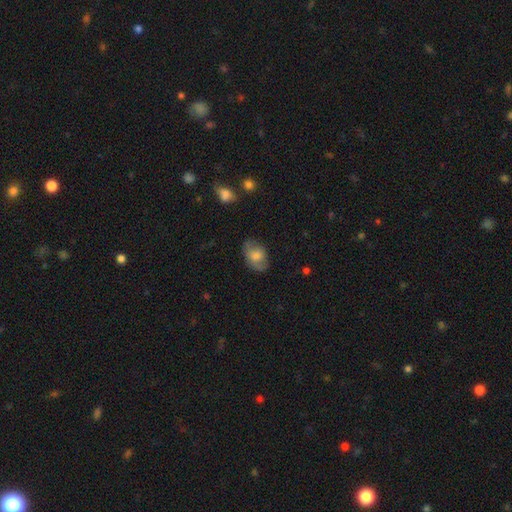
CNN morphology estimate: This appears to be a smooth galaxy with no disk features (65%) that is in between round and cigar-shaped (83%). Merging: none (68%).